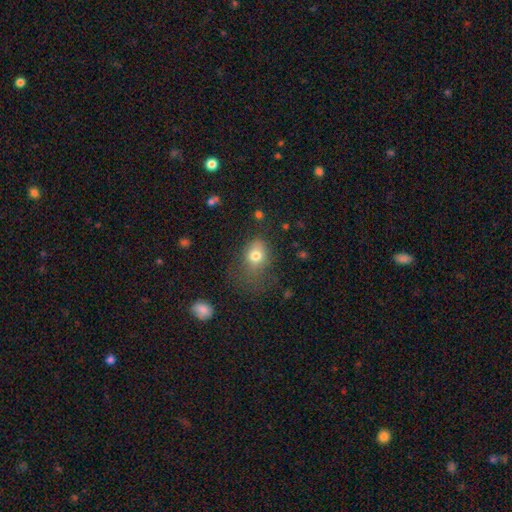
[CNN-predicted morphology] This appears to be a smooth galaxy with no disk features (76%) that is in between round and cigar-shaped (64%). Merging: none (38%).